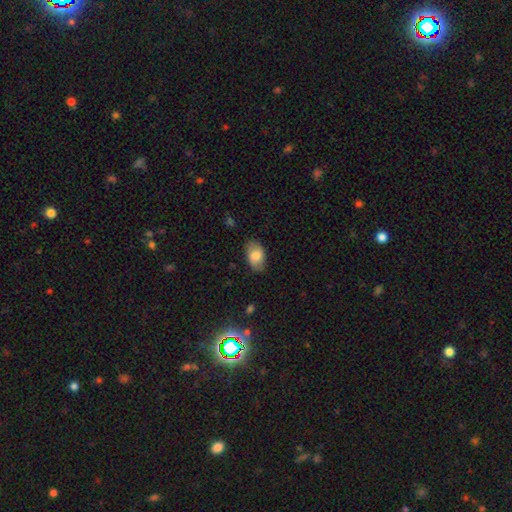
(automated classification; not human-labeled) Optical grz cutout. It shows a smooth galaxy with no disk features (77%) that is in between round and cigar-shaped (91%). Merging: none (81%).